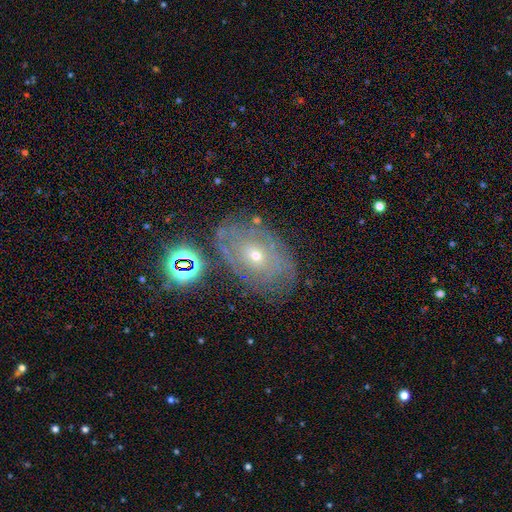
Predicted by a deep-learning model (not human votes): Smooth or featured? featured or disk (66%)
Edge-on disk? no (94%)
Bar? no (81%)
Spiral arms? yes (72%)
Bulge size? small (61%)
Merging? none (73%)